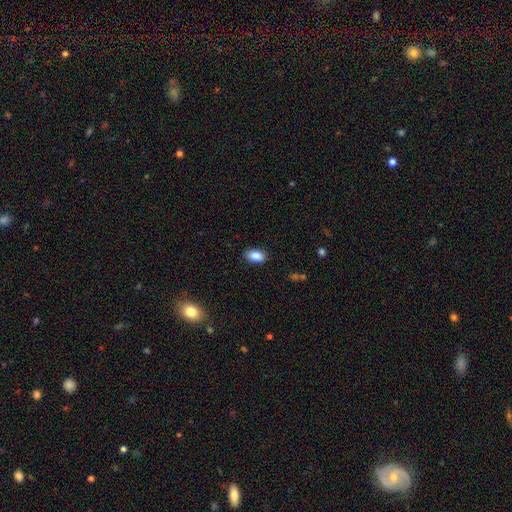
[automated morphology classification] Q: Smooth or featured?
A: smooth (87%); runner-up: star or artifact (8%)
Q: How rounded?
A: in between (92%); runner-up: round (6%)
Q: Merging?
A: none (88%); runner-up: minor disturbance (9%)